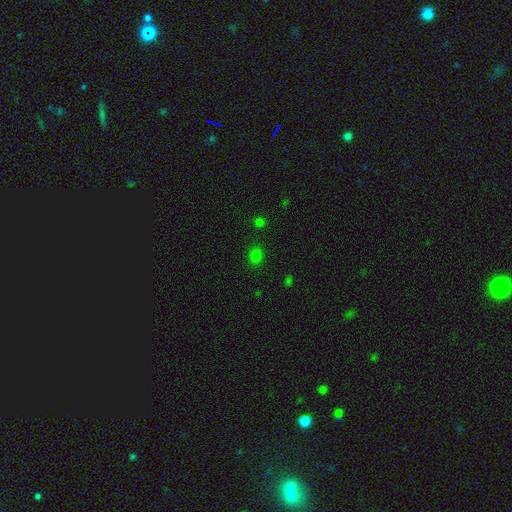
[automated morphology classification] smooth_or_featured: smooth (p=0.76) [alt: star or artifact p=0.20]
how_rounded: round (p=0.55) [alt: in between p=0.44]
merging: none (p=0.86) [alt: minor disturbance p=0.09]